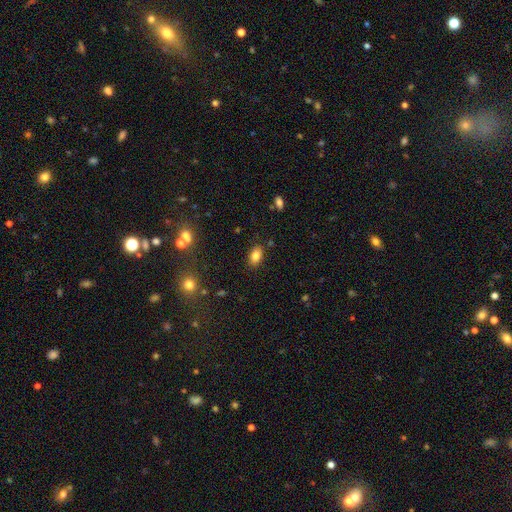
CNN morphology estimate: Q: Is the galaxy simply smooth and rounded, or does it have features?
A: smooth — 82%.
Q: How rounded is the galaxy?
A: in between — 88%.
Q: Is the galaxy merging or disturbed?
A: none — 85%.